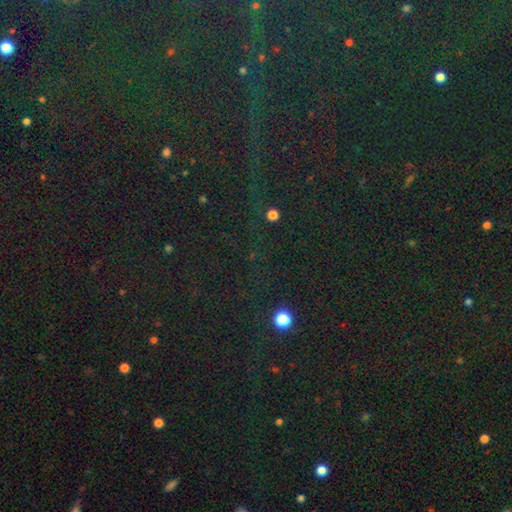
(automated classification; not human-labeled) The model was most divided on "smooth or featured": star or artifact: 81%, smooth: 12%, featured or disk: 7%.